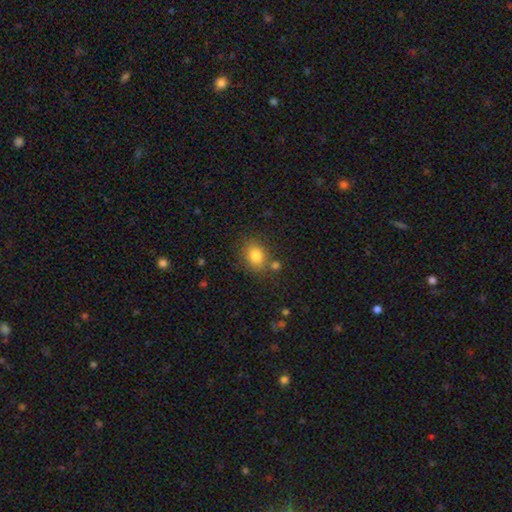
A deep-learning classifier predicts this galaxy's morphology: A smooth galaxy with no disk features (81%) that is round (52%).

Vote fractions:
- Smooth or featured? smooth: 81% / star or artifact: 11% / featured or disk: 8%
- How rounded? round: 52% / in between: 47% / cigar-shaped: 1%
- Merging? none: 75% / minor disturbance: 12% / merger: 9% / major disturbance: 4%